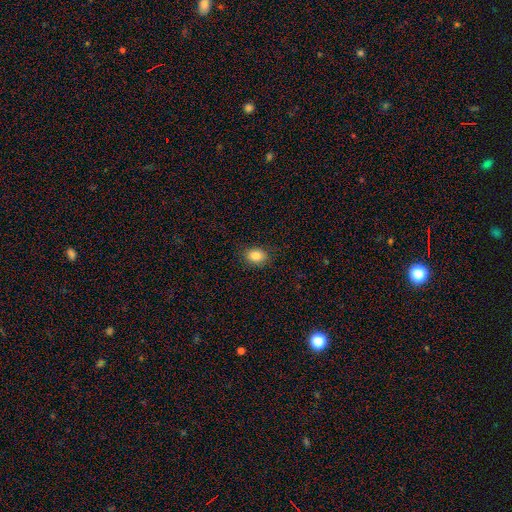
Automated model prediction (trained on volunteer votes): Morphology: type=smooth (86%); roundness=in between (67%); merging=none (86%).